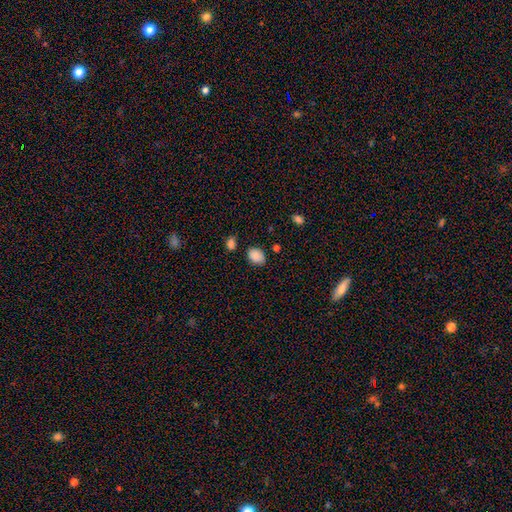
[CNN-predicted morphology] A smooth galaxy with no disk features (86%) that is in between round and cigar-shaped (62%). Merging: none (77%).